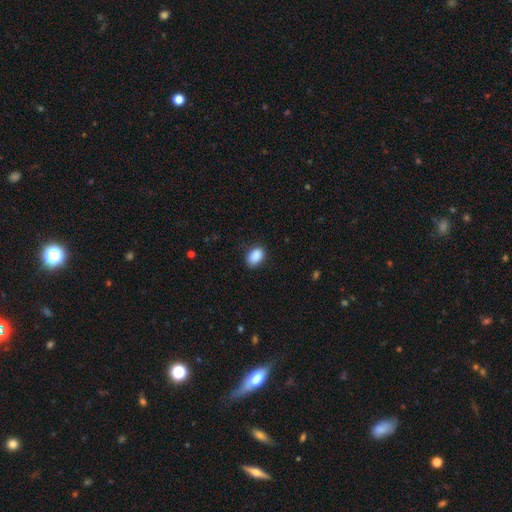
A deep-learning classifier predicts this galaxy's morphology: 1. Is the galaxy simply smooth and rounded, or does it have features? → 90% smooth, 8% star or artifact, 3% featured or disk.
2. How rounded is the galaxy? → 83% in between, 16% round, 1% cigar-shaped.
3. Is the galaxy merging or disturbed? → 82% none, 14% minor disturbance, 3% major disturbance, 1% merger.